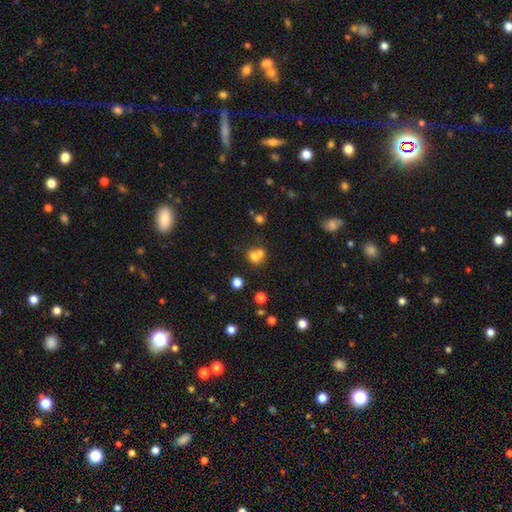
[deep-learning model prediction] This is likely a smooth galaxy (68%). How rounded: likely round (76%). Merging: possibly merger (55%).